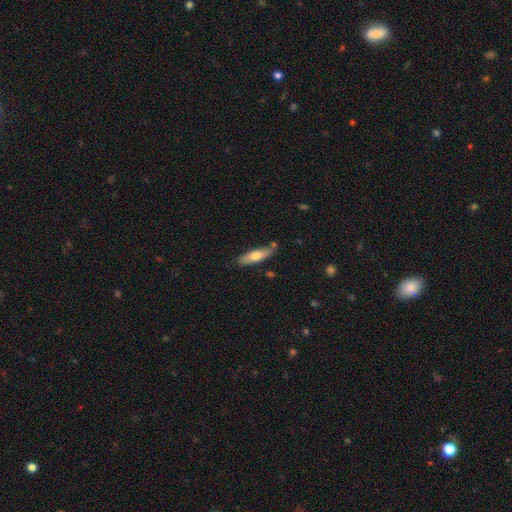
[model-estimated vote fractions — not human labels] smooth 63%, featured or disk 31%, star or artifact 6%. Down the decision tree: how rounded — cigar-shaped (55%); merging — none (78%).